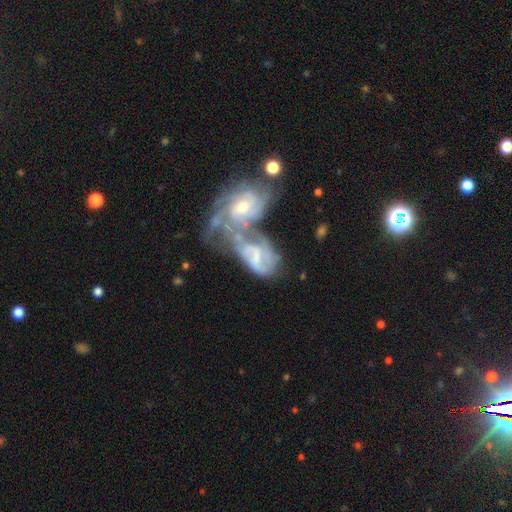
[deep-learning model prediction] A featured or disk galaxy (74%) with no bar (47%), tight (42%) spiral arms (78%) and a small central bulge (35%). Merging: merger (73%).